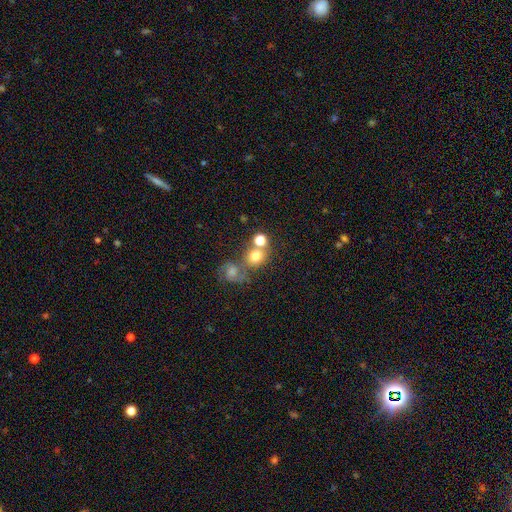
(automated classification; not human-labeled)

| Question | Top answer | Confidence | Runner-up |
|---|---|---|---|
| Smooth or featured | smooth | 70% | featured or disk (18%) |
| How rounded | round | 76% | in between (23%) |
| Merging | none | 47% | merger (37%) |